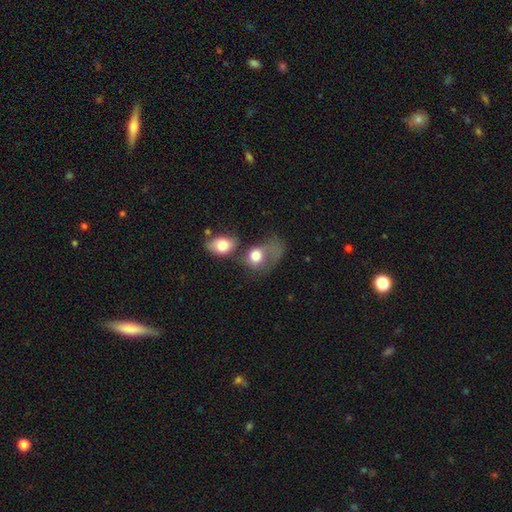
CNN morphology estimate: A smooth galaxy with no disk features (71%) that is in between round and cigar-shaped (55%). Merging: merger (40%).